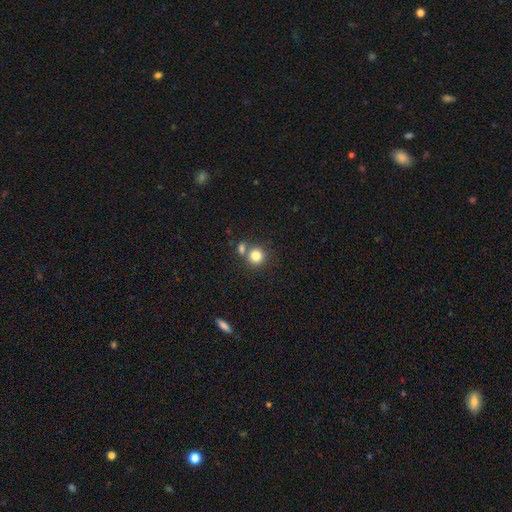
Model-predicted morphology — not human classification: Q: Smooth or featured?
A: smooth (81%); runner-up: star or artifact (11%)
Q: How rounded?
A: round (89%); runner-up: in between (10%)
Q: Merging?
A: none (60%); runner-up: merger (28%)